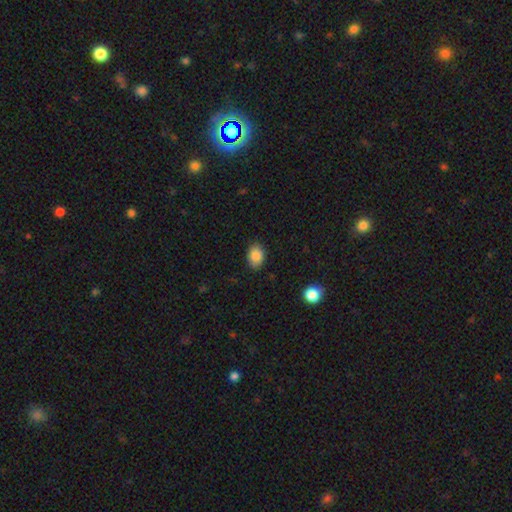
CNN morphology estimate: Smooth or featured? Predicted: smooth (p=0.87). How rounded? Predicted: in between (p=0.76). Merging? Predicted: none (p=0.87).